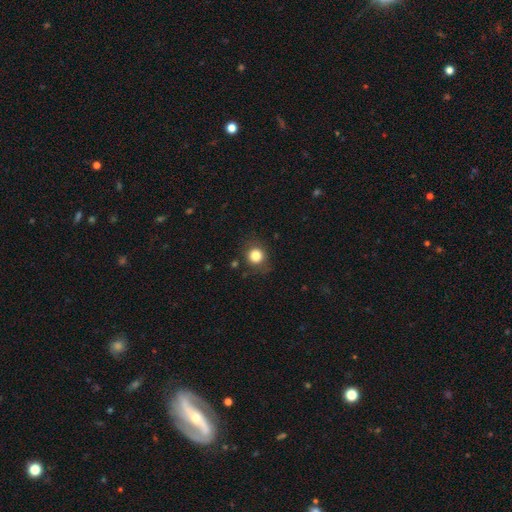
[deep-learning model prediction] smooth 82%, star or artifact 11%, featured or disk 7%. Down the decision tree: how rounded — round (84%); merging — none (82%).